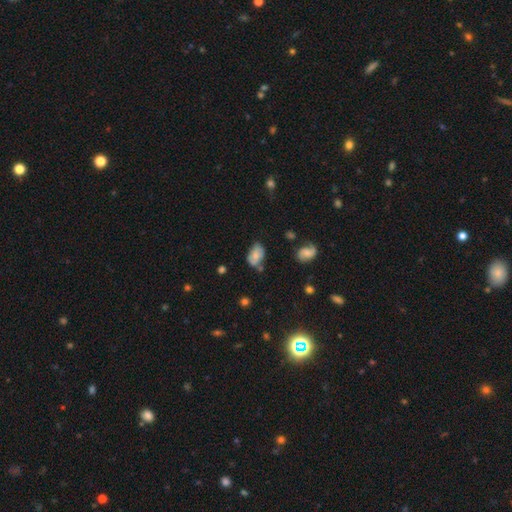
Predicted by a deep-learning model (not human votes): smooth_or_featured: smooth (p=0.62) [alt: featured or disk p=0.29]
how_rounded: in between (p=0.89) [alt: round p=0.10]
merging: none (p=0.51) [alt: minor disturbance p=0.32]